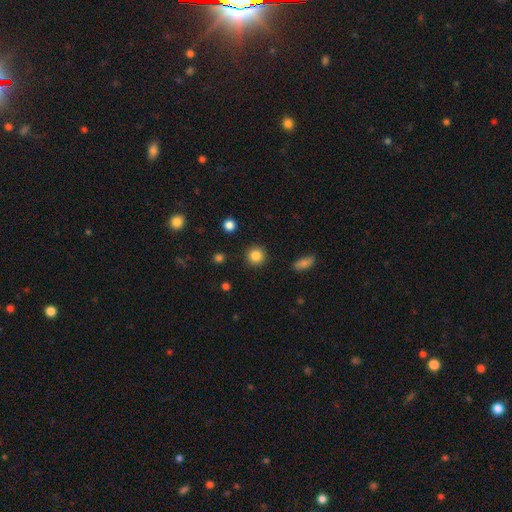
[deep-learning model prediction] Smooth or featured? smooth (86%)
How rounded? round (93%)
Merging? none (91%)